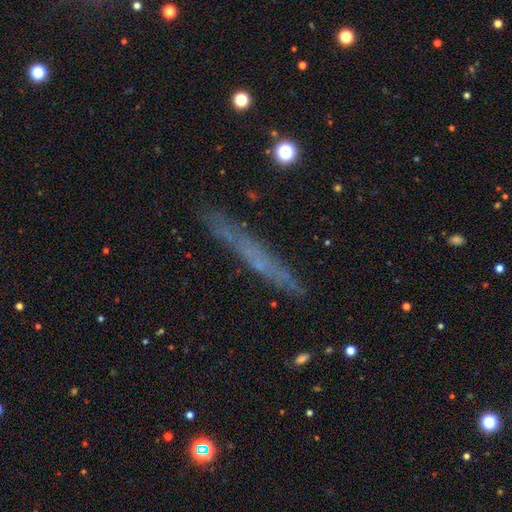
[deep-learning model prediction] Overall: featured or disk (47%; smooth 41%). Merging: none (86%).